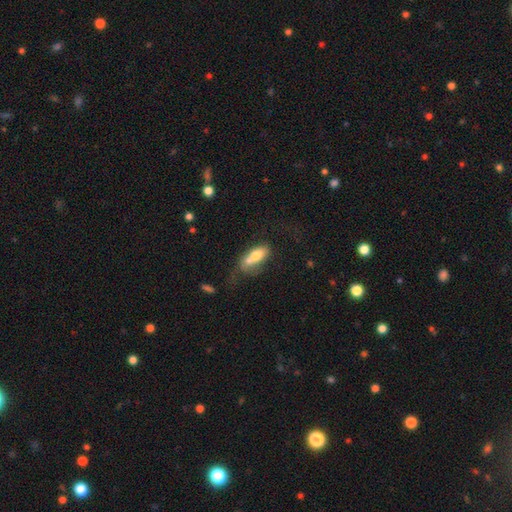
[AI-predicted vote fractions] This is likely a smooth galaxy (68%). How rounded: clearly in between (82%). Merging: possibly merger (57%).